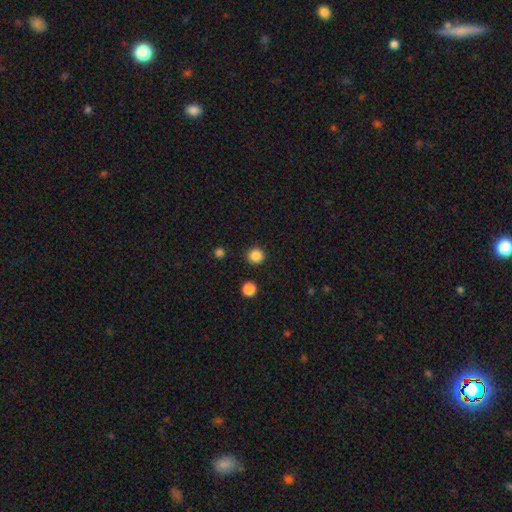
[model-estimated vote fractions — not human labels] This appears to be a smooth galaxy with no disk features (85%) that is round (94%). Merging: none (91%).